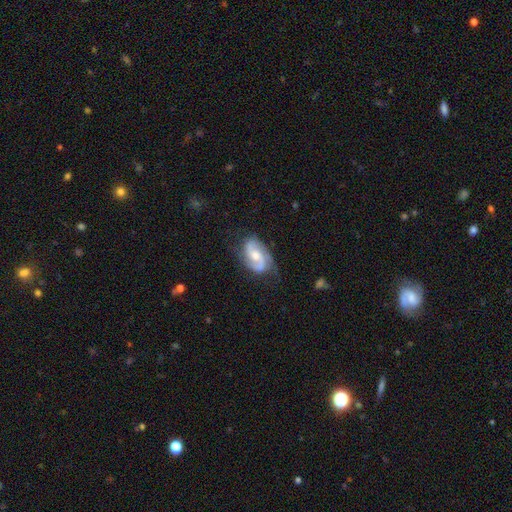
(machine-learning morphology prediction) Overall: featured or disk (80%). Edge-on disk: no (97%). Bar: no (49%; weak 41%). Spiral arms: yes (95%). Spiral arm count: 2 (84%). Spiral winding: medium (48%; tight 28%). Bulge size: moderate (61%; small 28%). Merging: none (66%).